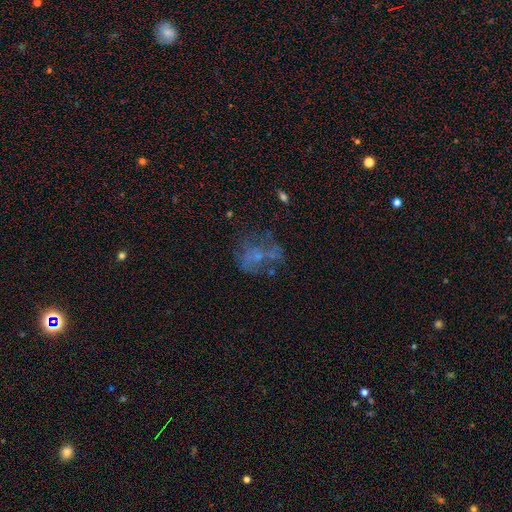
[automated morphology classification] This appears to be a featured or disk galaxy (48%). Merging: none (43%).